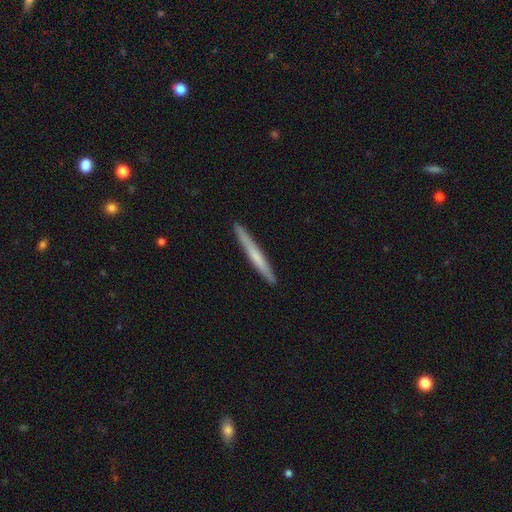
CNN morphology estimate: This is possibly a smooth galaxy (54%). How rounded: clearly cigar-shaped (97%). Merging: clearly none (92%).